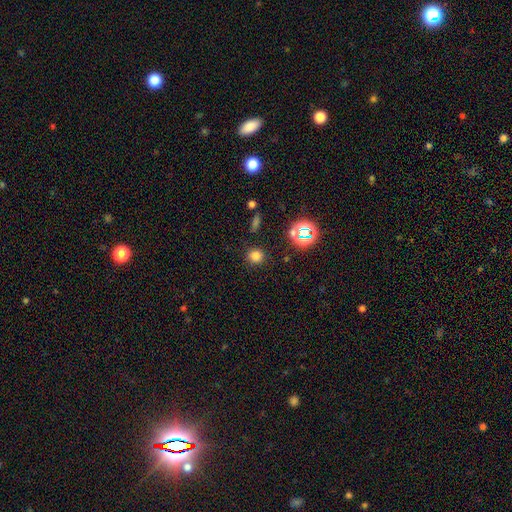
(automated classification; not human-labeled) Q: Smooth or featured?
A: smooth (73%); runner-up: star or artifact (21%)
Q: How rounded?
A: round (90%); runner-up: in between (9%)
Q: Merging?
A: none (87%); runner-up: minor disturbance (8%)